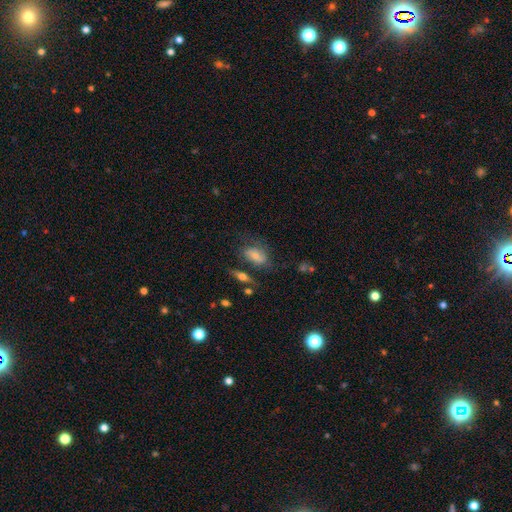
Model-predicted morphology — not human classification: This appears to be a smooth galaxy with no disk features (50%) that is in between round and cigar-shaped (83%). Merging: none (45%).